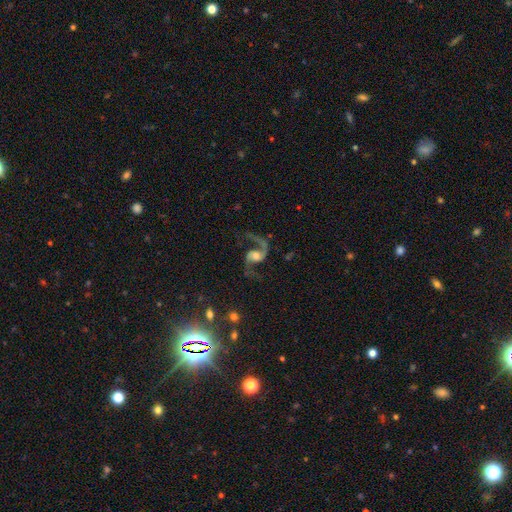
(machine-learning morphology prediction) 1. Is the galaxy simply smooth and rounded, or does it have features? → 91% featured or disk, 5% star or artifact, 4% smooth.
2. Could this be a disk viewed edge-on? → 98% no, 2% yes.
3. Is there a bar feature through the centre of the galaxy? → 54% no, 34% weak, 12% strong.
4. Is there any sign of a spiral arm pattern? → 98% yes, 2% no.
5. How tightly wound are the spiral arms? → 70% loose, 26% medium, 4% tight.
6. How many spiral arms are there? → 93% 2, 3% 1, 1% can't tell, 1% 3, 1% 4, 1% more than 4.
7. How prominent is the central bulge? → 59% moderate, 22% small, 14% large, 4% none, 2% dominant.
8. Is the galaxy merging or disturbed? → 71% none, 14% minor disturbance, 12% major disturbance, 3% merger.